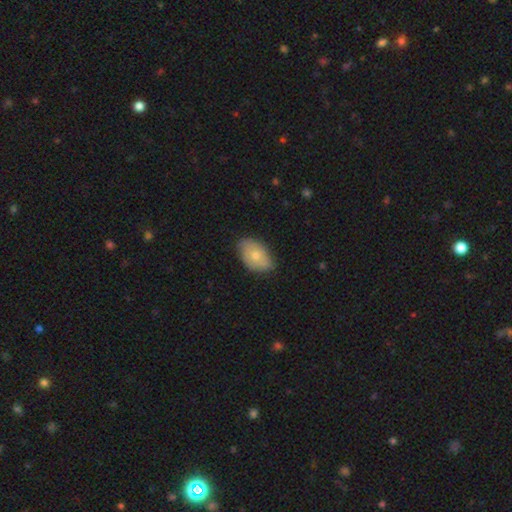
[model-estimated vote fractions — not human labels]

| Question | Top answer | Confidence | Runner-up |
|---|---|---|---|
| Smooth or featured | smooth | 65% | featured or disk (29%) |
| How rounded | in between | 89% | round (9%) |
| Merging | none | 71% | minor disturbance (24%) |